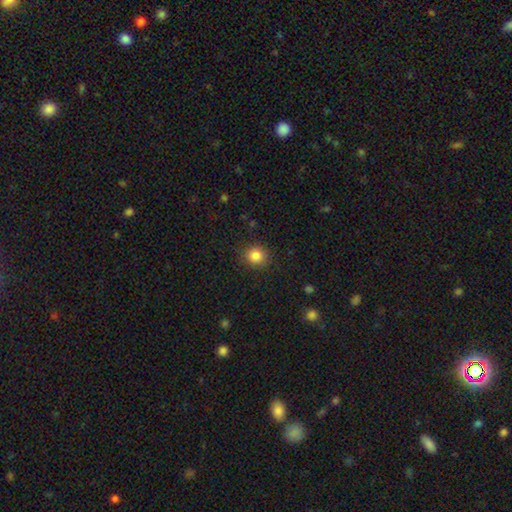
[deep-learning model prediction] A smooth galaxy with no disk features (84%) that is round (87%).

Vote fractions:
- Smooth or featured? smooth: 84% / star or artifact: 11% / featured or disk: 5%
- How rounded? round: 87% / in between: 12% / cigar-shaped: 1%
- Merging? none: 90% / minor disturbance: 7% / major disturbance: 2% / merger: 1%